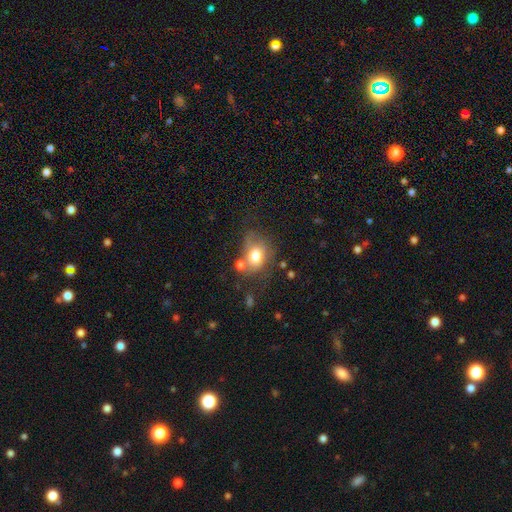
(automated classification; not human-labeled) Smooth or featured? Predicted: smooth (p=0.73). How rounded? Predicted: in between (p=0.53). Merging? Predicted: none (p=0.45).